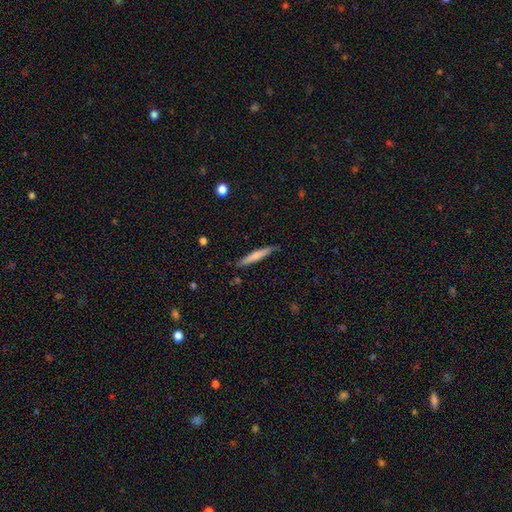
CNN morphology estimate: Overall: smooth (66%; featured or disk 28%). How rounded: cigar-shaped (94%). Merging: none (86%).